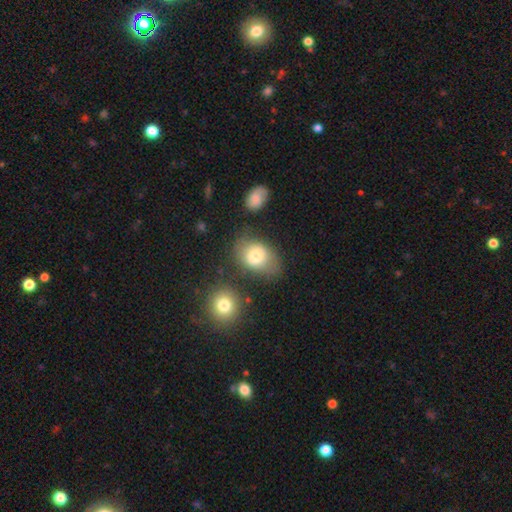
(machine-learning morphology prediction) smooth 73%, featured or disk 18%, star or artifact 9%. Down the decision tree: how rounded — in between (67%); merging — none (55%).